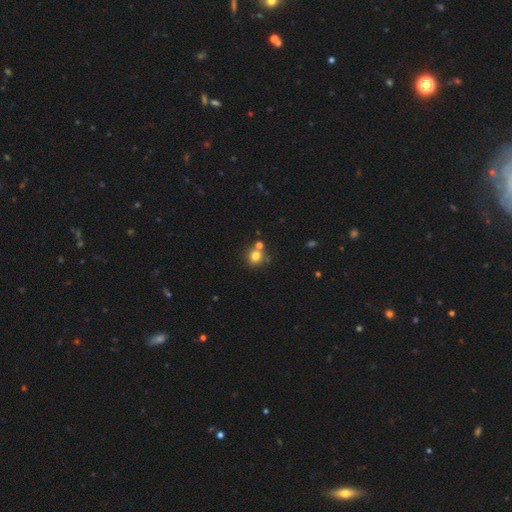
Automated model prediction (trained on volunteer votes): Overall: smooth (78%). How rounded: round (82%). Merging: none (63%).